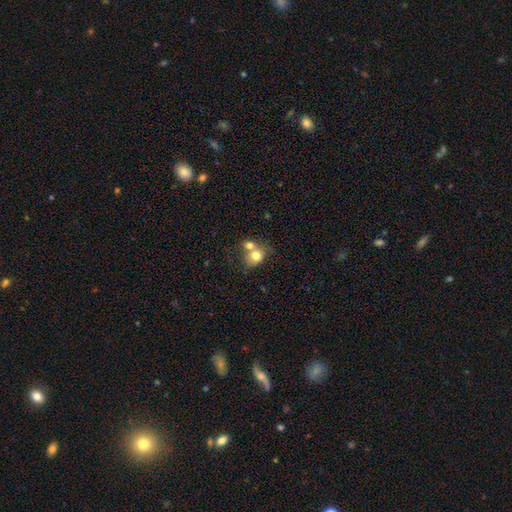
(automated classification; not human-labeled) Morphology: type=smooth (75%); roundness=round (62%); merging=merger (54%).